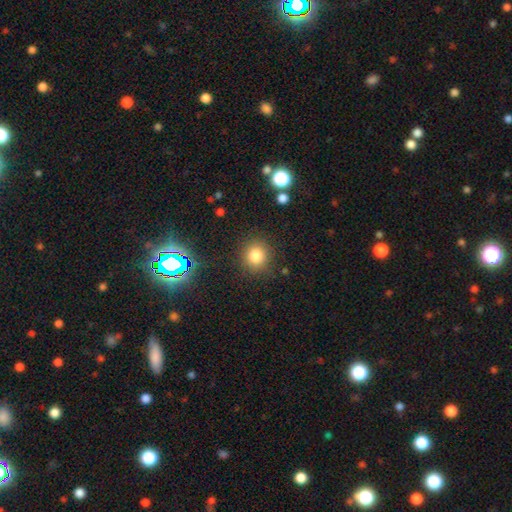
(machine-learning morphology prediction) Overall: smooth (80%). How rounded: round (84%). Merging: none (86%).